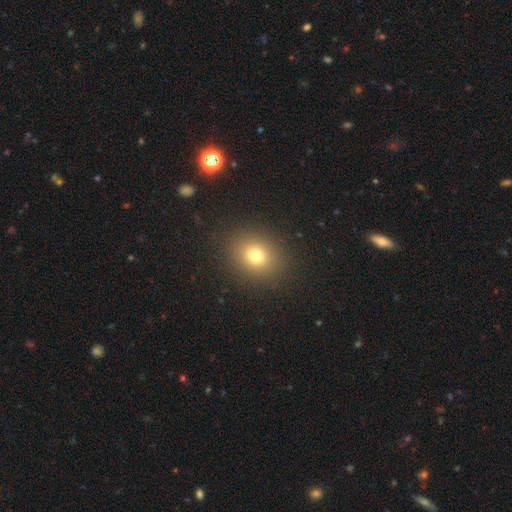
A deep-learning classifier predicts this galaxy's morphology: Smooth or featured? smooth (75%)
How rounded? round (65%)
Merging? none (88%)